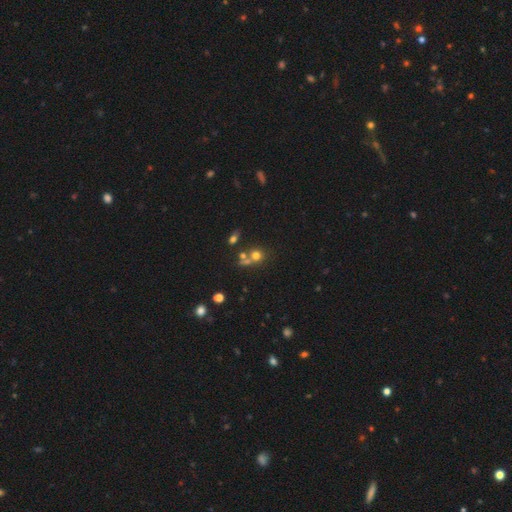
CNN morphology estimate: smooth 66%, star or artifact 19%, featured or disk 15%. Down the decision tree: how rounded — round (83%); merging — none (47%).